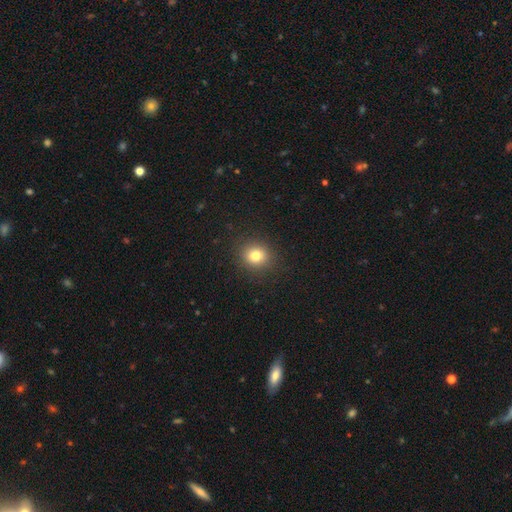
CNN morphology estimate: smooth-or-featured: smooth: 79% | star or artifact: 13% | featured or disk: 8%
  how-rounded: round: 82% | in between: 17% | cigar-shaped: 1%
  merging: none: 90% | minor disturbance: 7% | major disturbance: 3% | merger: 1%